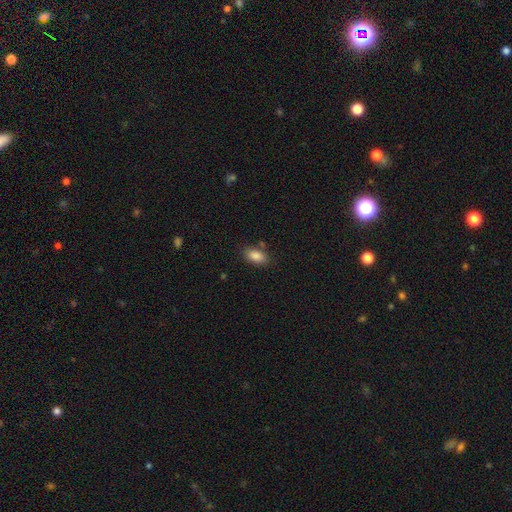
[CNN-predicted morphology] A smooth galaxy with no disk features (87%) that is in between round and cigar-shaped (91%).

Vote fractions:
- Smooth or featured? smooth: 87% / star or artifact: 8% / featured or disk: 5%
- How rounded? in between: 91% / round: 5% / cigar-shaped: 3%
- Merging? none: 80% / minor disturbance: 12% / merger: 4% / major disturbance: 3%